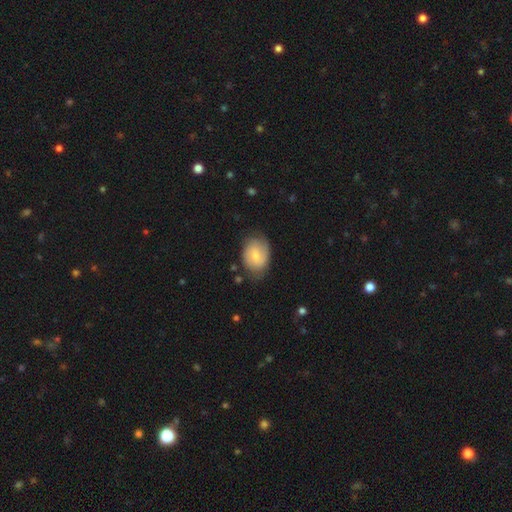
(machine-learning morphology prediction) smooth_or_featured: smooth (p=0.59) [alt: featured or disk p=0.34]
how_rounded: in between (p=0.65) [alt: round p=0.34]
merging: none (p=0.66) [alt: minor disturbance p=0.25]